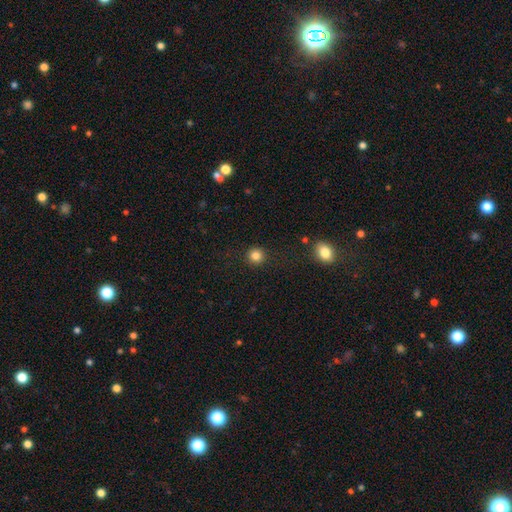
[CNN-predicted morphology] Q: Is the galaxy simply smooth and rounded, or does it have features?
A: smooth — 84%.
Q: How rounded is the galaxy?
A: round — 93%.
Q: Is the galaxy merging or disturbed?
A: none — 91%.